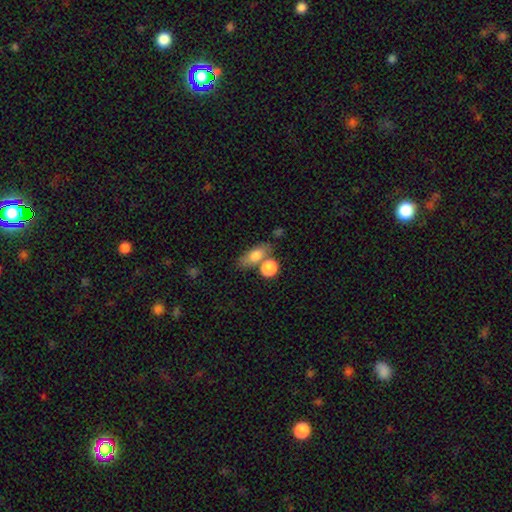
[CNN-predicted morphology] Smooth or featured? smooth (77%)
How rounded? in between (72%)
Merging? none (54%)